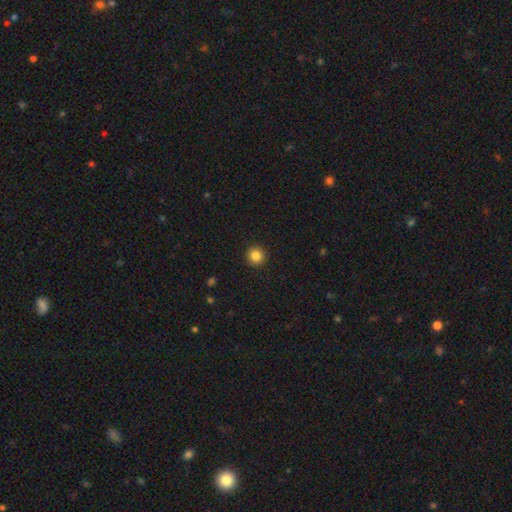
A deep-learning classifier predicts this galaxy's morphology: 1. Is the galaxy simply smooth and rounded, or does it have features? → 85% smooth, 11% star or artifact, 4% featured or disk.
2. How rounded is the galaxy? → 95% round, 4% in between, 1% cigar-shaped.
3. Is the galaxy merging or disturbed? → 93% none, 4% minor disturbance, 2% major disturbance, 1% merger.